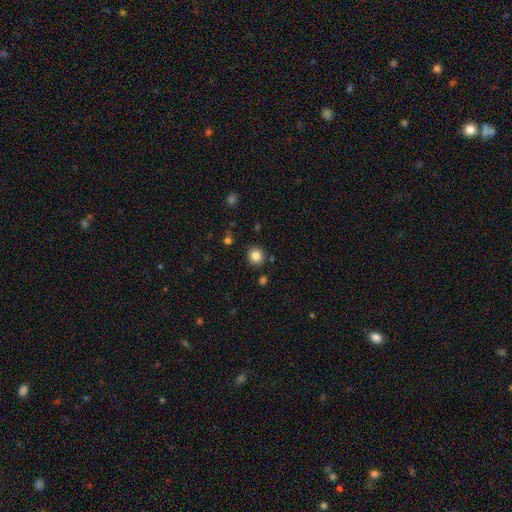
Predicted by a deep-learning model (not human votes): A smooth galaxy with no disk features (84%) that is round (90%). Merging: none (89%).